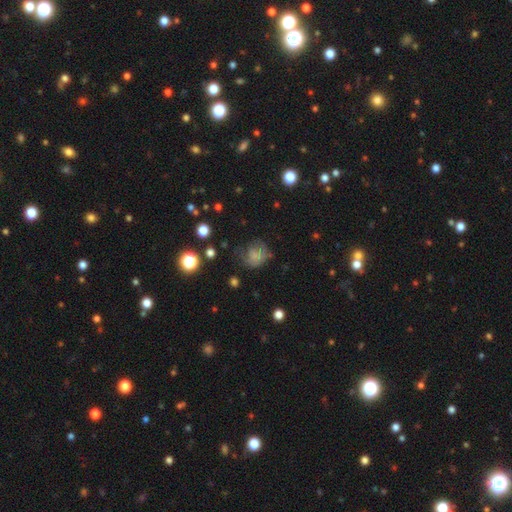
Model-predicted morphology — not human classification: Smooth or featured? Predicted: smooth (p=0.67). How rounded? Predicted: round (p=0.71). Merging? Predicted: none (p=0.47).